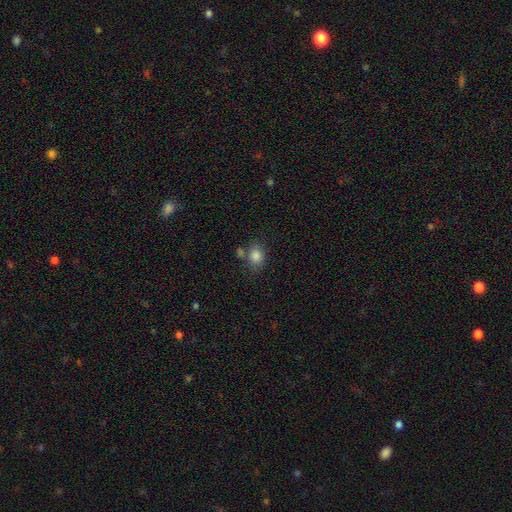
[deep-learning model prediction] Overall: smooth (84%). How rounded: in between (56%; round 43%). Merging: none (63%).